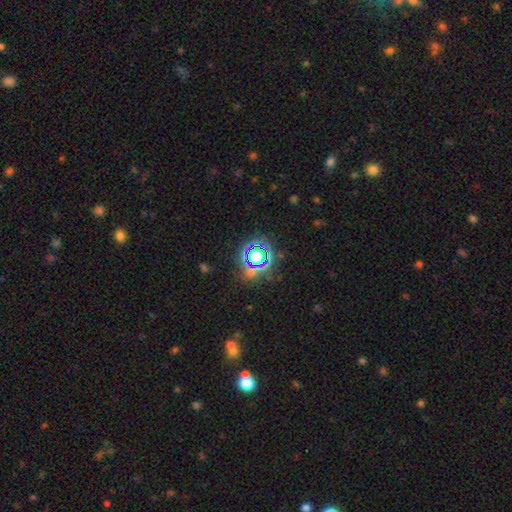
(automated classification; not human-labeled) Morphology: type=star or artifact (62%).